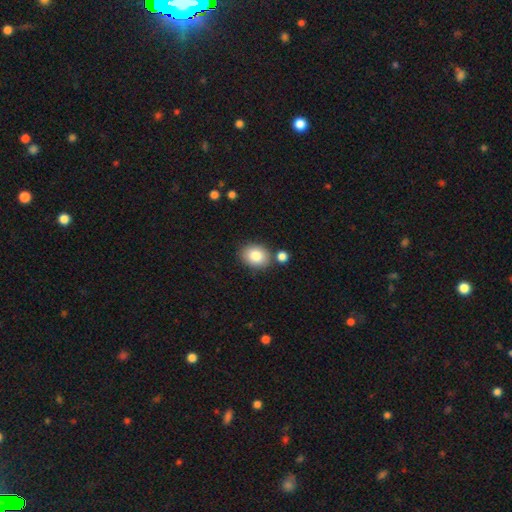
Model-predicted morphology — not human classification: smooth-or-featured: smooth: 83% | featured or disk: 8% | star or artifact: 8%
  how-rounded: in between: 53% | round: 46% | cigar-shaped: 1%
  merging: none: 76% | merger: 11% | minor disturbance: 11% | major disturbance: 3%